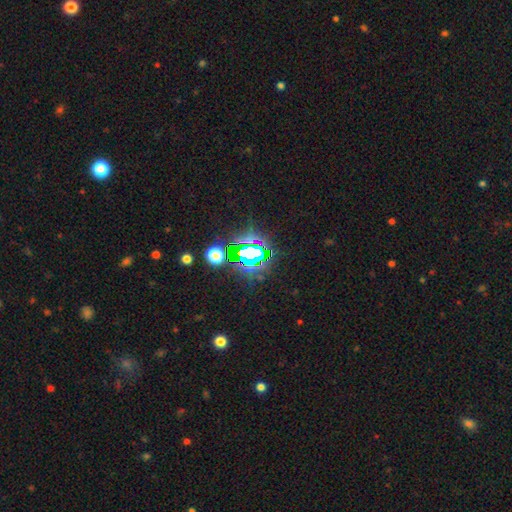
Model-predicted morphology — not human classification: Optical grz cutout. It shows a star or artifact, not a galaxy (72%).